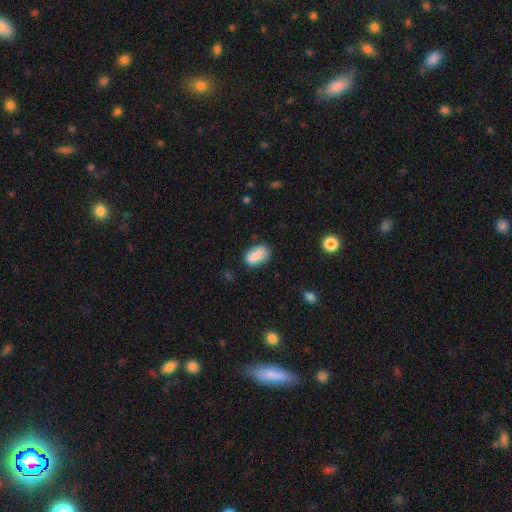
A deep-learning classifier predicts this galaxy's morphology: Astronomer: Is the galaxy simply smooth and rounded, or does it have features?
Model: smooth — 86%.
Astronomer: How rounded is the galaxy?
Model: in between — 91%.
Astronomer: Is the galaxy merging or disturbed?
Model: none — 74%.